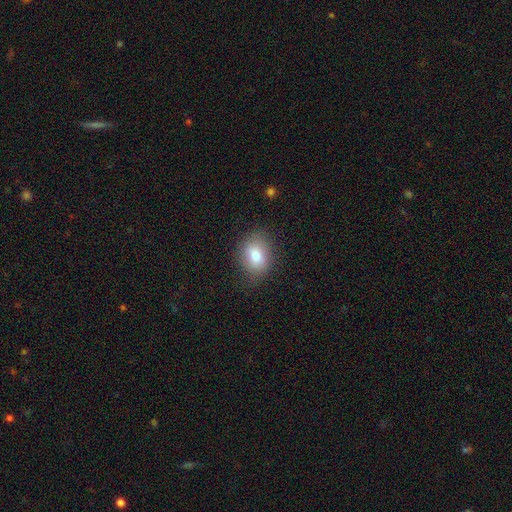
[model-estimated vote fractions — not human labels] A smooth galaxy with no disk features (79%) that is in between round and cigar-shaped (55%).

Vote fractions:
- Smooth or featured? smooth: 79% / featured or disk: 12% / star or artifact: 10%
- How rounded? in between: 55% / round: 43% / cigar-shaped: 1%
- Merging? none: 79% / minor disturbance: 15% / major disturbance: 5% / merger: 1%